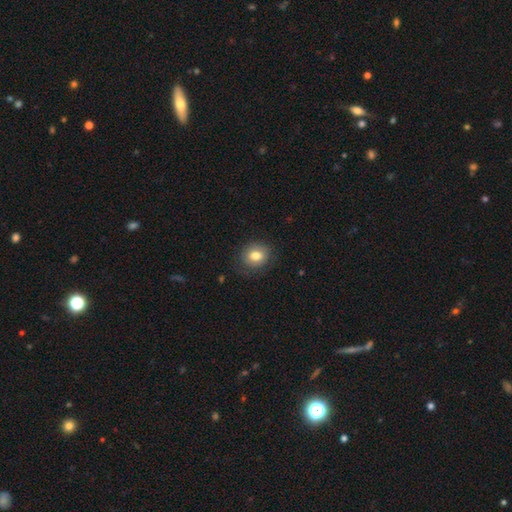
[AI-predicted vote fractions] smooth-or-featured: smooth: 79% | featured or disk: 12% | star or artifact: 9%
  how-rounded: round: 68% | in between: 32% | cigar-shaped: 1%
  merging: none: 82% | minor disturbance: 13% | major disturbance: 4% | merger: 1%